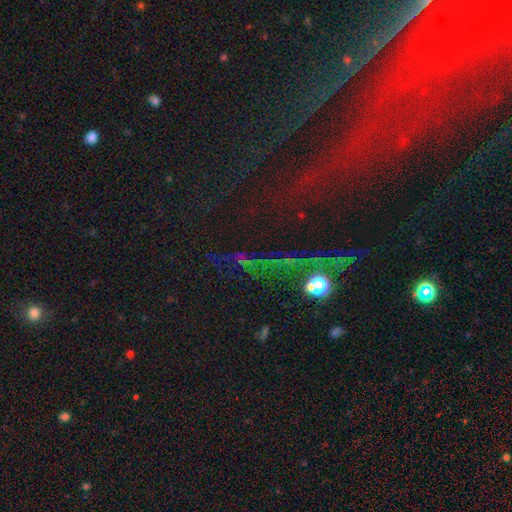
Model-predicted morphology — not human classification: star or artifact 76%, smooth 13%, featured or disk 10%.